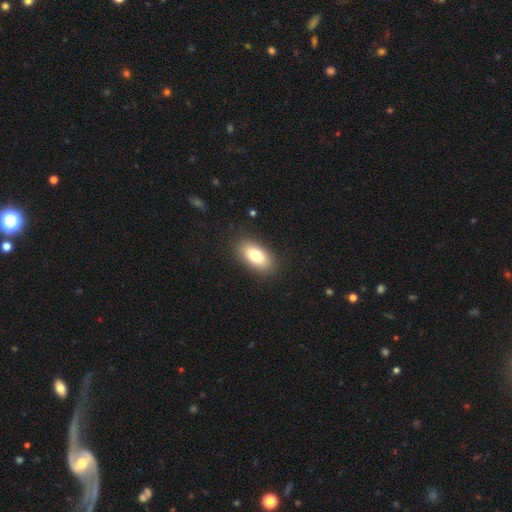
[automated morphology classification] A smooth galaxy with no disk features (79%) that is in between round and cigar-shaped (90%). Merging: none (88%).